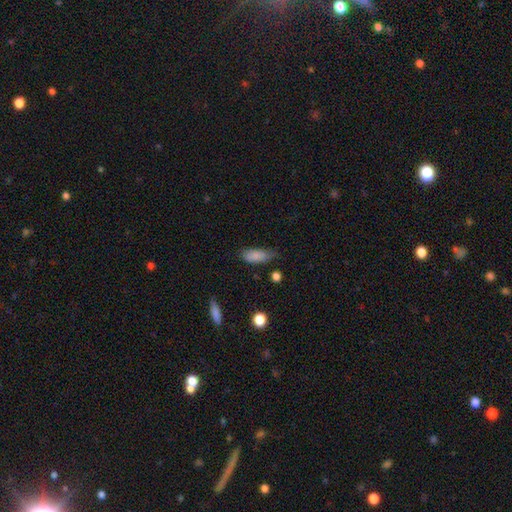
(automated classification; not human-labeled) smooth_or_featured: smooth (p=0.83) [alt: featured or disk p=0.09]
how_rounded: in between (p=0.81) [alt: cigar-shaped p=0.17]
merging: none (p=0.54) [alt: minor disturbance p=0.36]